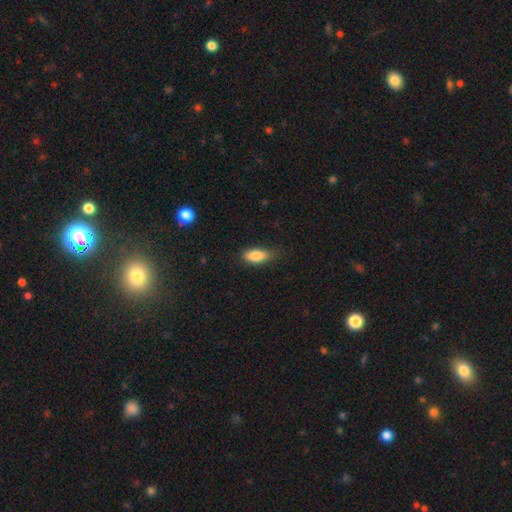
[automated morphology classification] Smooth or featured? smooth (85%)
How rounded? in between (84%)
Merging? none (67%)